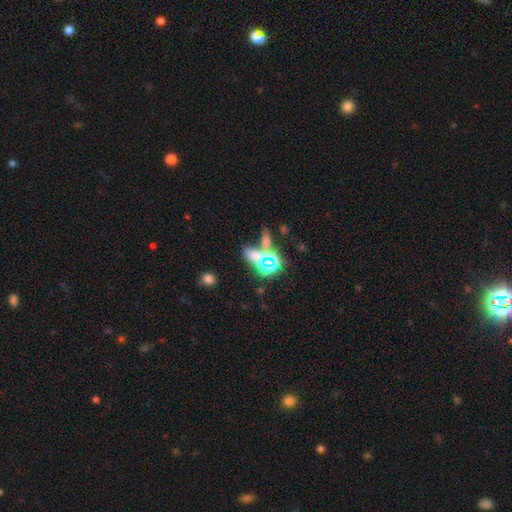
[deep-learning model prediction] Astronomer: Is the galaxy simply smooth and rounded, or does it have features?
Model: star or artifact — 46% (runner-up: smooth, 42%).